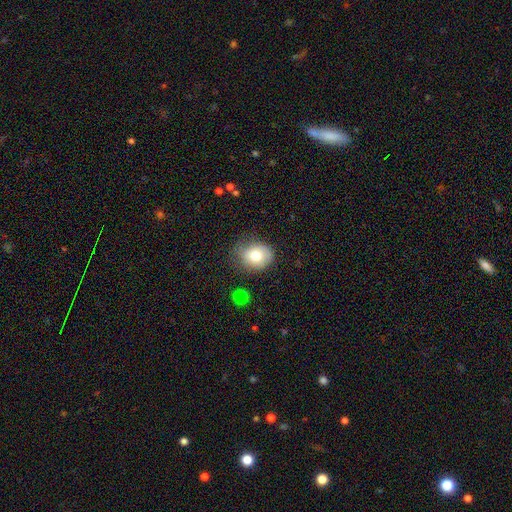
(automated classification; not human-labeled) A smooth galaxy with no disk features (75%) that is round (57%). Merging: none (64%).